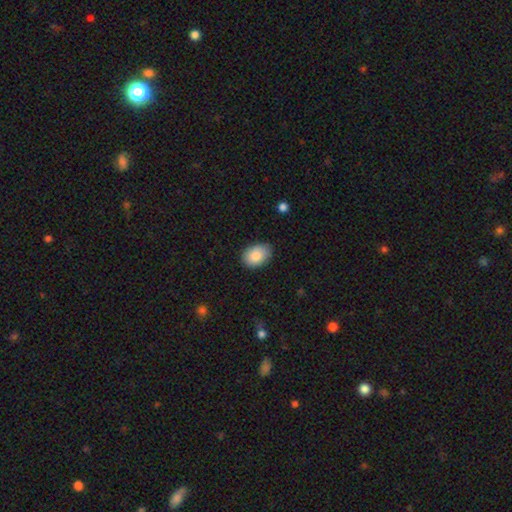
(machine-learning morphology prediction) This appears to be a smooth galaxy with no disk features (86%) that is in between round and cigar-shaped (83%). Merging: none (81%).